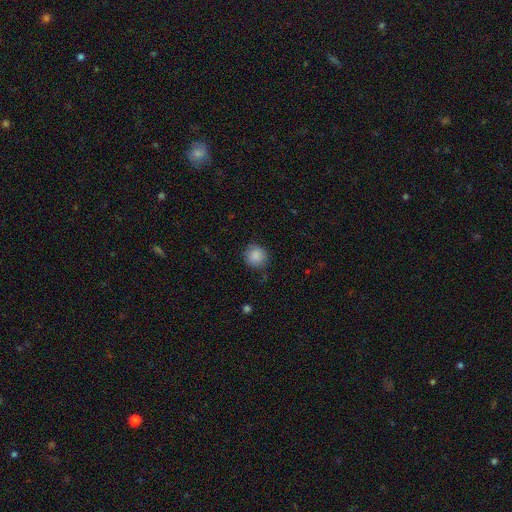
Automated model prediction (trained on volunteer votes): Smooth or featured? smooth (87%)
How rounded? round (90%)
Merging? none (83%)